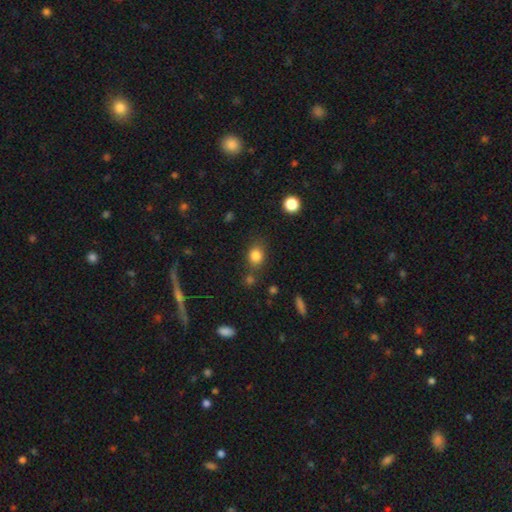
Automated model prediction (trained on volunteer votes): A smooth galaxy with no disk features (82%) that is round (52%).

Vote fractions:
- Smooth or featured? smooth: 82% / star or artifact: 12% / featured or disk: 6%
- How rounded? round: 52% / in between: 46% / cigar-shaped: 1%
- Merging? none: 73% / minor disturbance: 15% / merger: 8% / major disturbance: 5%